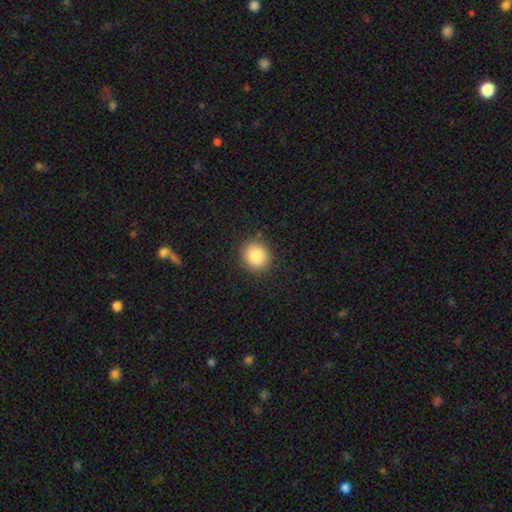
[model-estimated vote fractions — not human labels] Morphology: type=smooth (85%); roundness=round (86%); merging=none (89%).